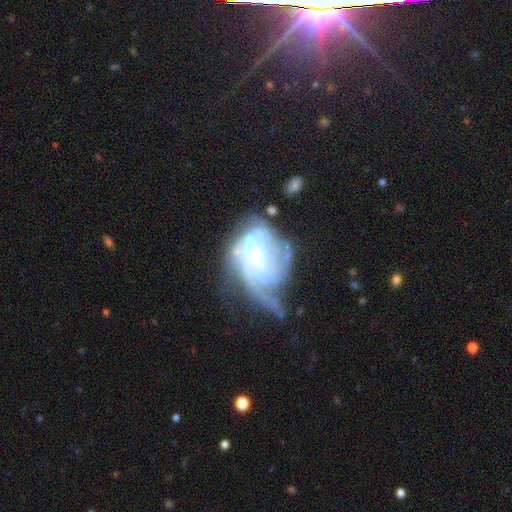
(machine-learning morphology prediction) A featured or disk galaxy (79%) with no bar (49%), tight (54%) spiral arms (81%) and a small central bulge (42%). Merging: major disturbance (36%).